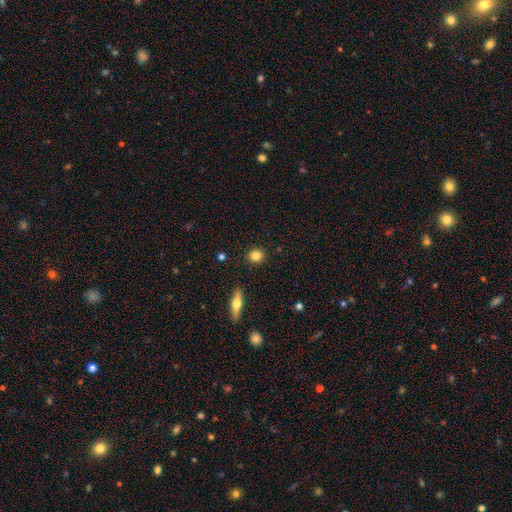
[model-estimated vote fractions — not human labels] A smooth galaxy with no disk features (82%) that is round (85%).

Vote fractions:
- Smooth or featured? smooth: 82% / star or artifact: 9% / featured or disk: 8%
- How rounded? round: 85% / in between: 13% / cigar-shaped: 2%
- Merging? none: 91% / minor disturbance: 6% / major disturbance: 2% / merger: 2%